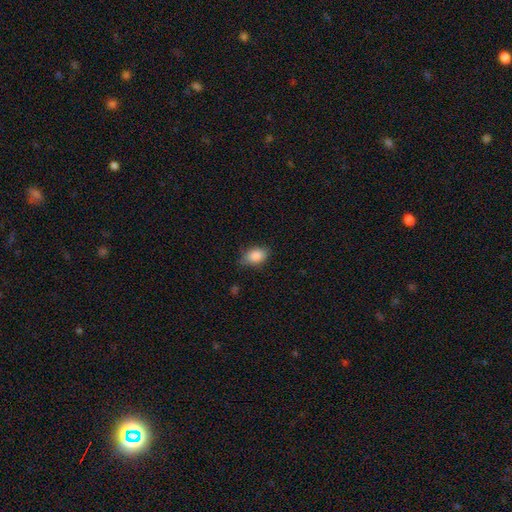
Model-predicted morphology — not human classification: This is clearly a smooth galaxy (87%). How rounded: likely in between (80%). Merging: likely none (73%).